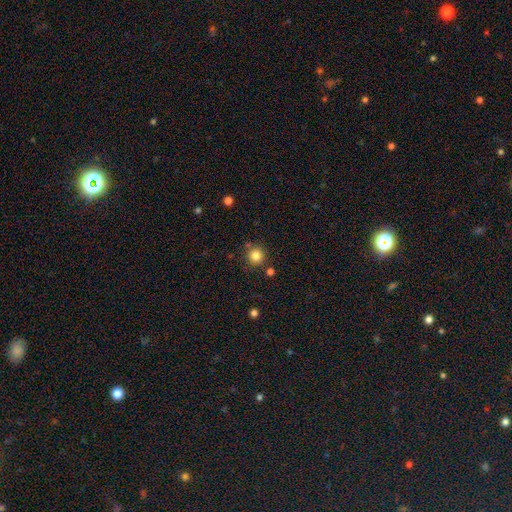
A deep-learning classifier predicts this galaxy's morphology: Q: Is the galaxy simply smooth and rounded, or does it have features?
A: smooth — 83%.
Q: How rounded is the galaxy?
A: round — 94%.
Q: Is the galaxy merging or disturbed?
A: none — 83%.